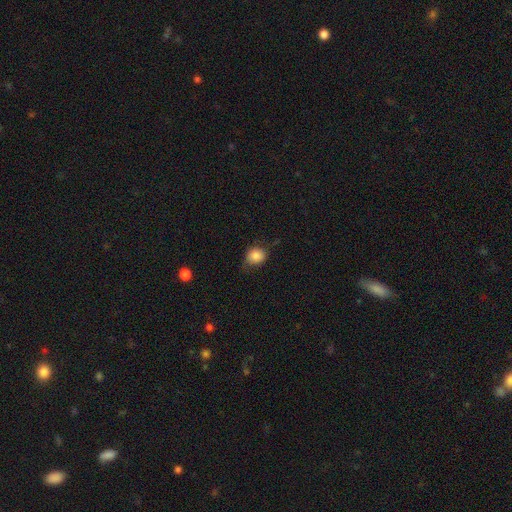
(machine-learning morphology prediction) type=smooth (83%); roundness=round (66%); merging=none (66%).